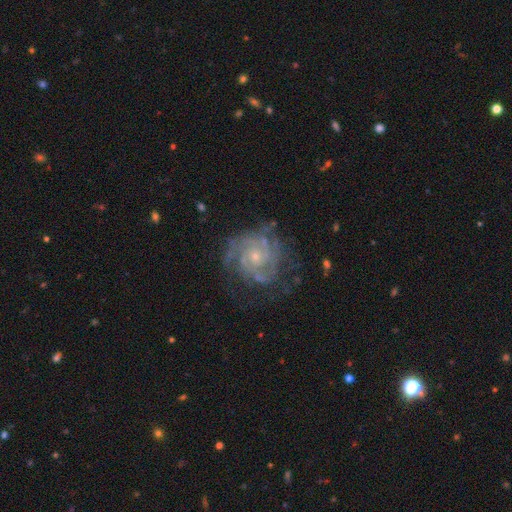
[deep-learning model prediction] The model was most divided on "spiral arm count": can't tell: 30%, 2: 24%, 3: 22%, 4: 13%, more than 4: 6%, 1: 6%. More confident: edge-on disk — no (98%); spiral arms — yes (95%); smooth or featured — featured or disk (87%); bar — no (77%); bulge size — small (71%); spiral winding — tight (68%); merging — none (68%).